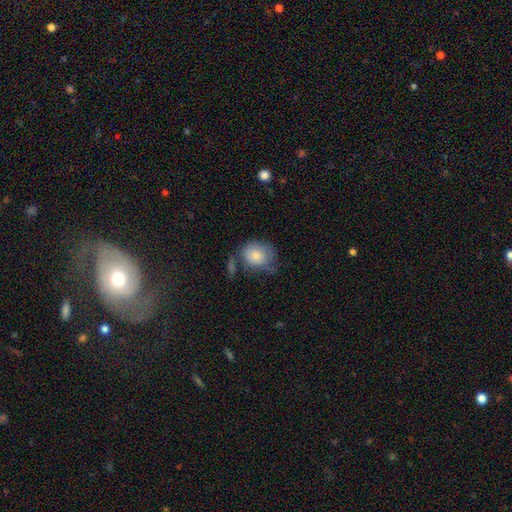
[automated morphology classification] A smooth galaxy with no disk features (79%) that is round (59%). Merging: none (45%).